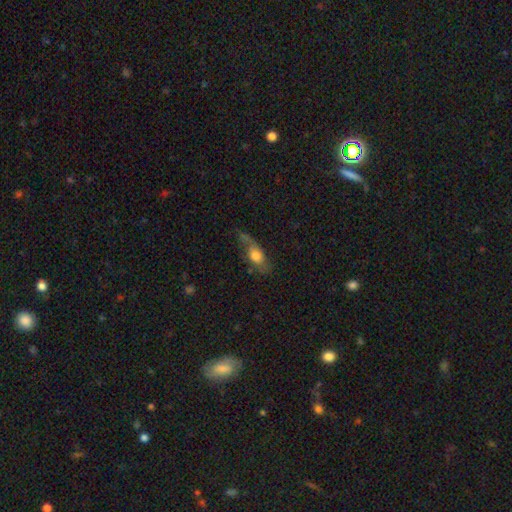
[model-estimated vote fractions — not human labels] Smooth or featured? Predicted: smooth (p=0.56). How rounded? Predicted: in between (p=0.72). Merging? Predicted: none (p=0.47).